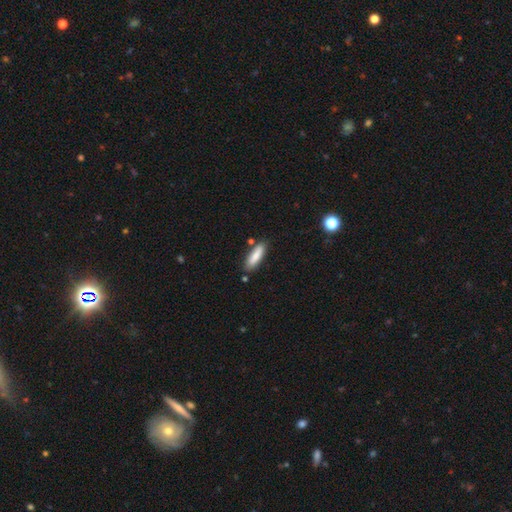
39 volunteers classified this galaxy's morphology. Volunteers were most divided on "how rounded": cigar-shaped: 79%, in between: 15%, round: 6%. More confident: smooth or featured — smooth (87%); merging — none (76%).